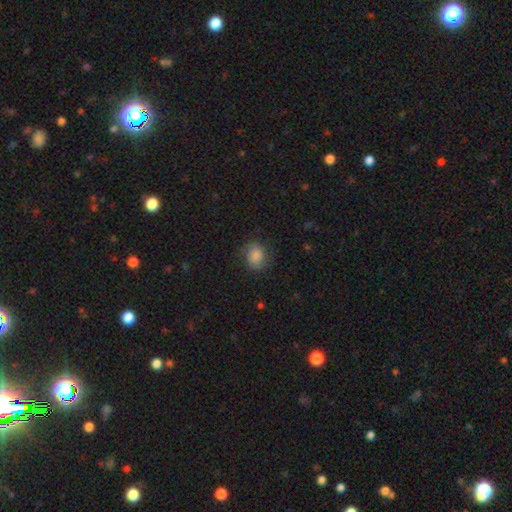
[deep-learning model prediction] The model was most divided on "how rounded": round: 52%, in between: 47%, cigar-shaped: 1%. More confident: smooth or featured — smooth (78%); merging — none (74%).